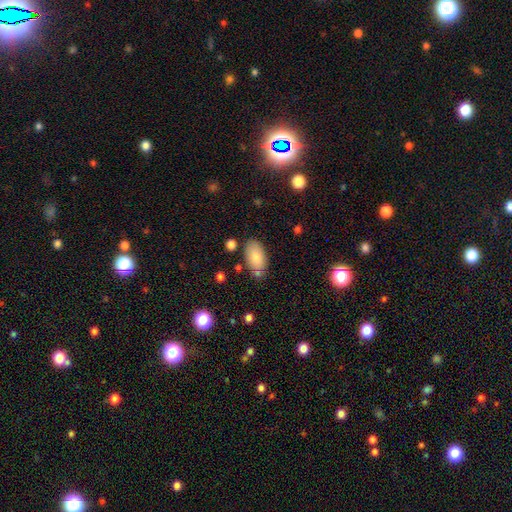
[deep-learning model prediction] Morphology: type=smooth (80%); roundness=in between (94%); merging=none (75%).